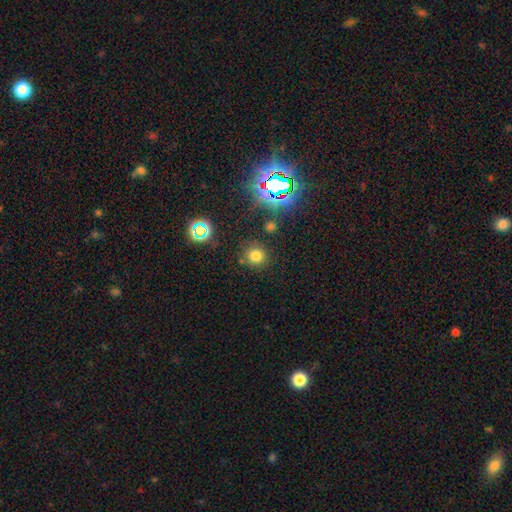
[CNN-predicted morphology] type=smooth (70%); roundness=round (90%); merging=none (83%).